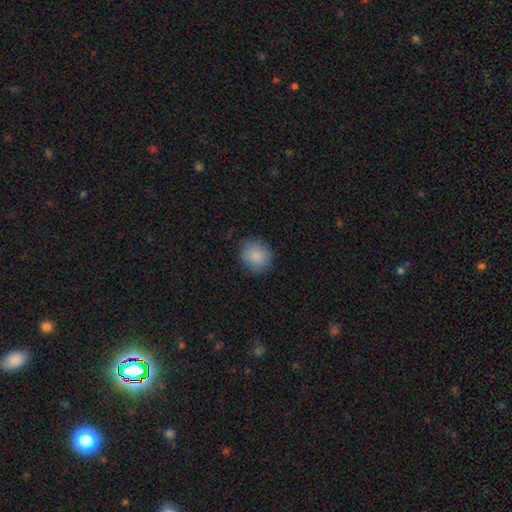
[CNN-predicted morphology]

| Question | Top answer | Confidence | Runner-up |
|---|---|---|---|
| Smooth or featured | smooth | 87% | star or artifact (8%) |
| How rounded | round | 79% | in between (20%) |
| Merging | none | 82% | minor disturbance (13%) |